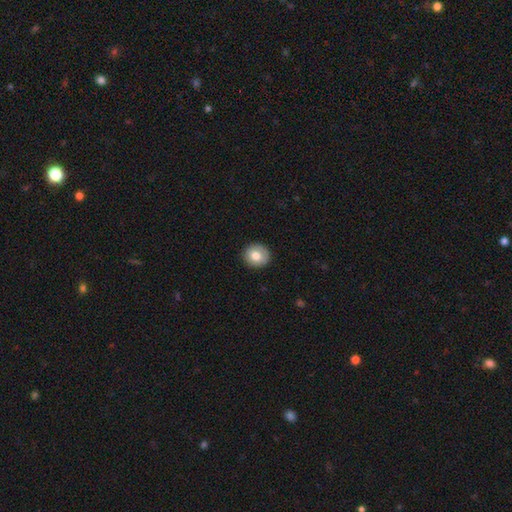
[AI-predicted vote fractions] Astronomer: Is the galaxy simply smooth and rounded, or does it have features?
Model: smooth — 79%.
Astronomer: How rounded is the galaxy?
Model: round — 89%.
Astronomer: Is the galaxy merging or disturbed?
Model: none — 91%.